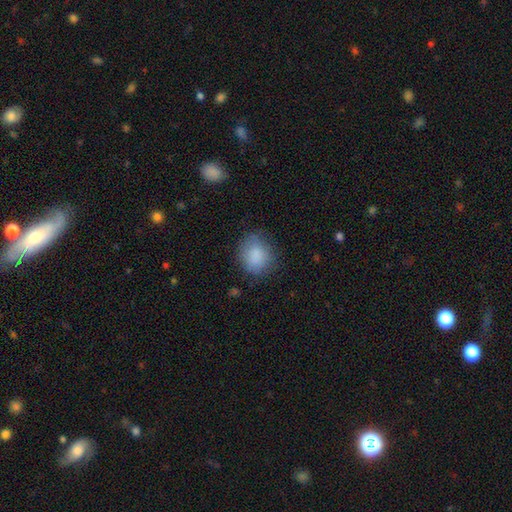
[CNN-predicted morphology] Smooth or featured? smooth (86%)
How rounded? round (61%)
Merging? none (73%)